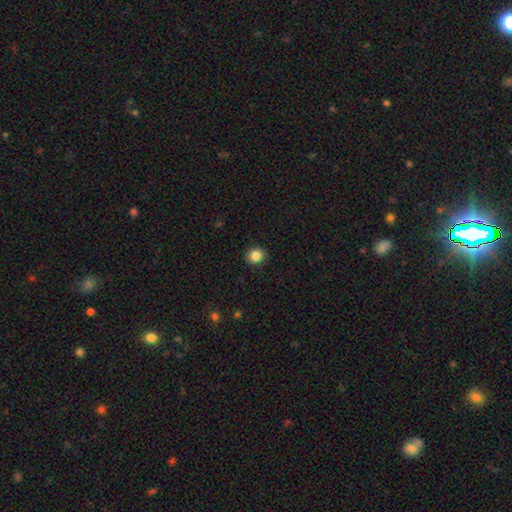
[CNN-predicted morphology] This appears to be a smooth galaxy with no disk features (86%) that is round (82%). Merging: none (90%).